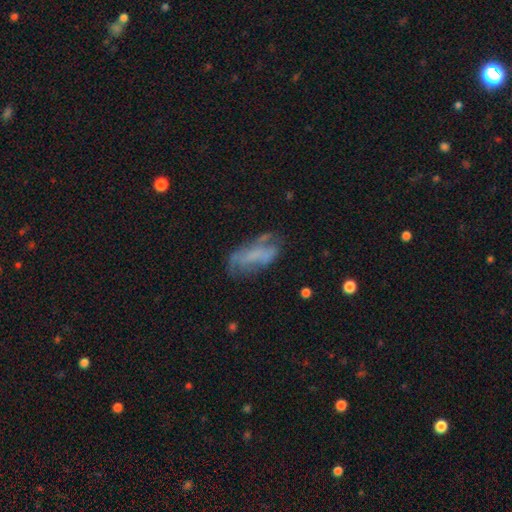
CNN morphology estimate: Smooth or featured? featured or disk (50%)
Merging? none (45%)